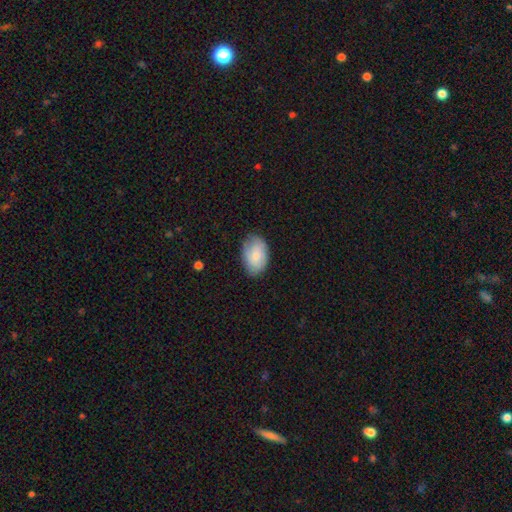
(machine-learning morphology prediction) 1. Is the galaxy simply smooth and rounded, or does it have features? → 79% smooth, 15% featured or disk, 6% star or artifact.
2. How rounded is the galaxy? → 90% in between, 9% round, 1% cigar-shaped.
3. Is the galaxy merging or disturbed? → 79% none, 17% minor disturbance, 3% major disturbance, 1% merger.